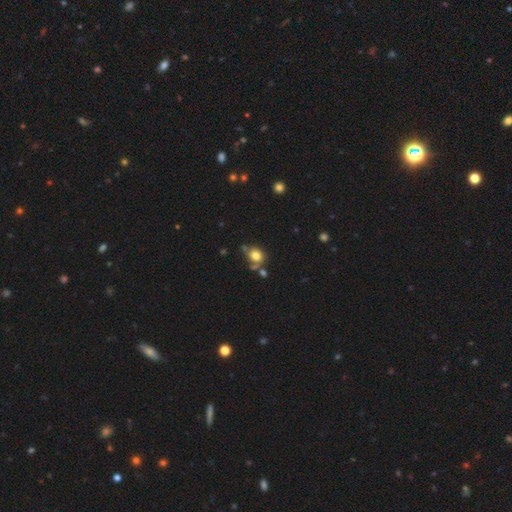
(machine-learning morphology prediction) Q: Smooth or featured?
A: smooth (78%); runner-up: star or artifact (12%)
Q: How rounded?
A: round (68%); runner-up: in between (31%)
Q: Merging?
A: none (60%); runner-up: merger (19%)